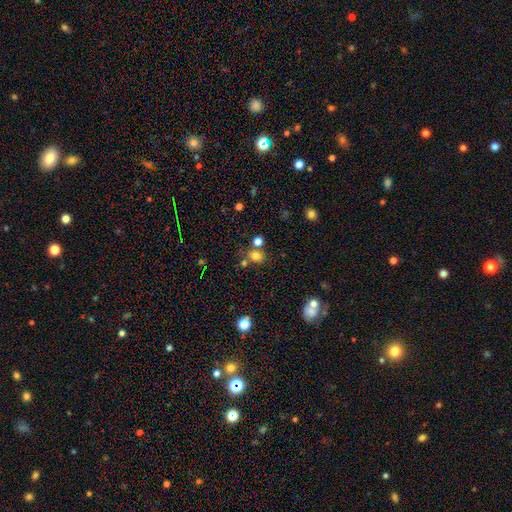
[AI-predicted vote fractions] The model was most divided on "how rounded": round: 55%, in between: 44%, cigar-shaped: 1%. More confident: smooth or featured — smooth (77%); merging — none (64%).